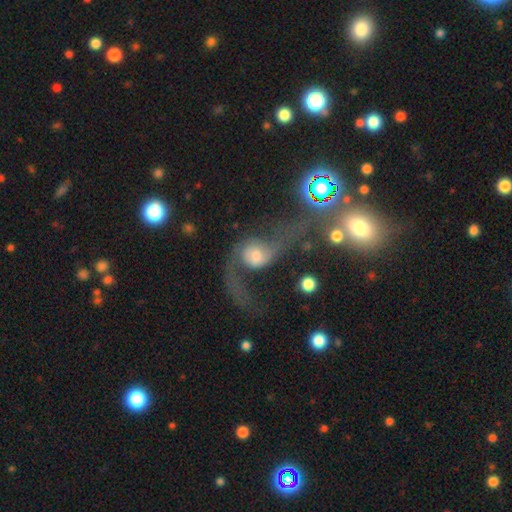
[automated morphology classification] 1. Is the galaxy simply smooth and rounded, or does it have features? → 72% featured or disk, 17% smooth, 10% star or artifact.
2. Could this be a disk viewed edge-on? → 96% no, 4% yes.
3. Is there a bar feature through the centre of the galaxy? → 60% no, 31% weak, 8% strong.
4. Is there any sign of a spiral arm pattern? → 91% yes, 9% no.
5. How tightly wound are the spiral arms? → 86% loose, 11% medium, 3% tight.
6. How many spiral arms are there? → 85% 2, 10% 1, 2% can't tell, 1% 3, 1% 4, 1% more than 4.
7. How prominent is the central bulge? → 42% moderate, 24% small, 21% large, 7% none, 6% dominant.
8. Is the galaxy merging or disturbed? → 36% major disturbance, 31% none, 20% merger, 13% minor disturbance.